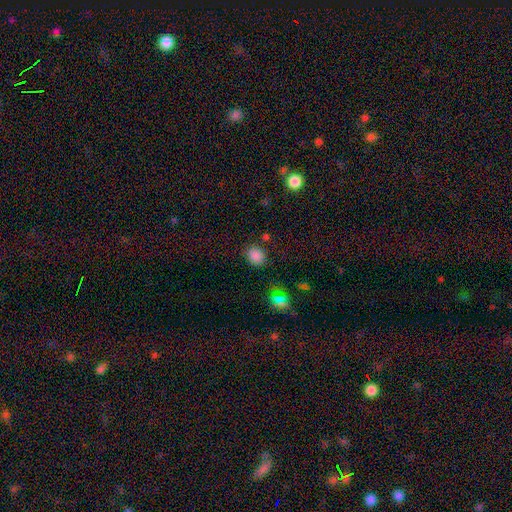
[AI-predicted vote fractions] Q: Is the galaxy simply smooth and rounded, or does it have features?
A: smooth — 80%.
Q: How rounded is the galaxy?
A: round — 69%.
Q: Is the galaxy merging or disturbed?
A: none — 80%.